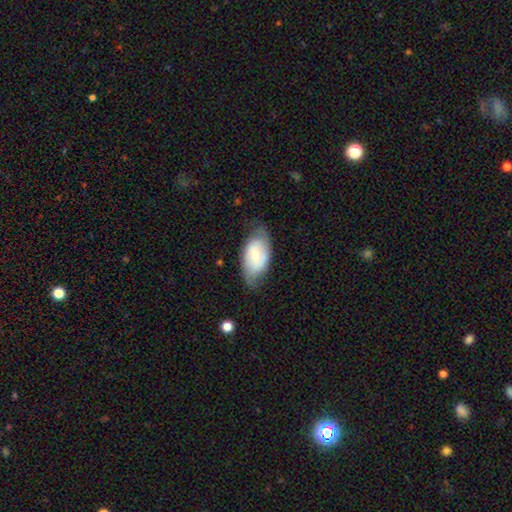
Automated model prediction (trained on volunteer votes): smooth_or_featured: smooth (p=0.51) [alt: featured or disk p=0.43]
how_rounded: in between (p=0.93) [alt: round p=0.05]
merging: none (p=0.61) [alt: minor disturbance p=0.29]